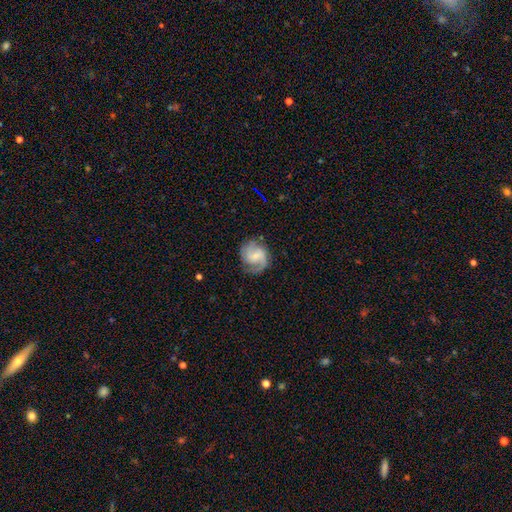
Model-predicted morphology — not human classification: Smooth or featured: featured or disk — 73% (smooth — 21%)
Edge-on disk: no — 98% (yes — 2%)
Bar: weak — 48% (no — 41%)
Spiral arms: yes — 94% (no — 6%)
Spiral winding: medium — 48% (loose — 27%)
Spiral arm count: 2 — 72% (1 — 11%)
Bulge size: small — 56% (moderate — 26%)
Merging: none — 70% (minor disturbance — 19%)